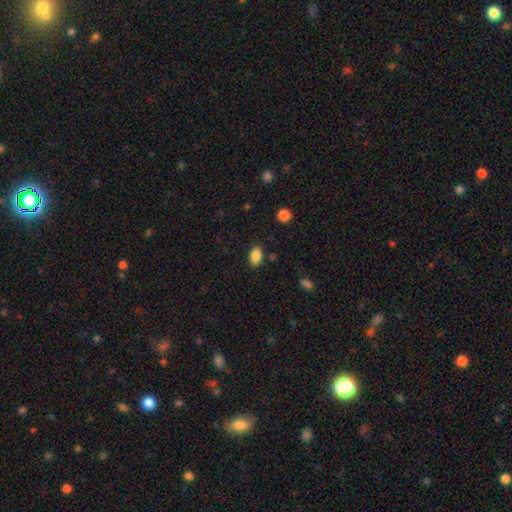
Overall: smooth (84%). How rounded: in between (84%). Merging: none (74%).